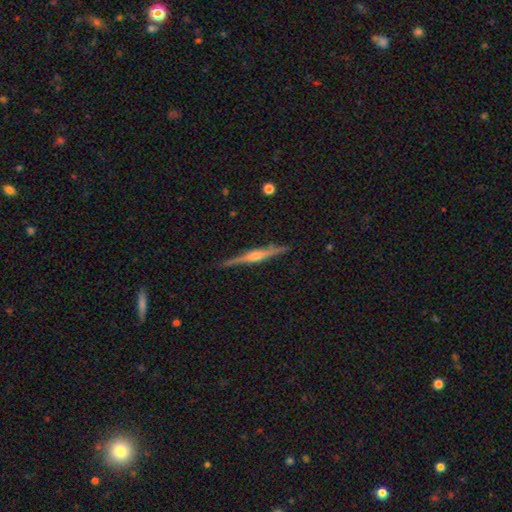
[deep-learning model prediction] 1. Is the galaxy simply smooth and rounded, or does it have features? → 82% featured or disk, 13% smooth, 5% star or artifact.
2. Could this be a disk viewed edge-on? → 98% yes, 2% no.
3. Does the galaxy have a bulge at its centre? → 81% rounded, 11% boxy, 8% none.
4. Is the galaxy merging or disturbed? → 90% none, 8% minor disturbance, 1% major disturbance, 1% merger.